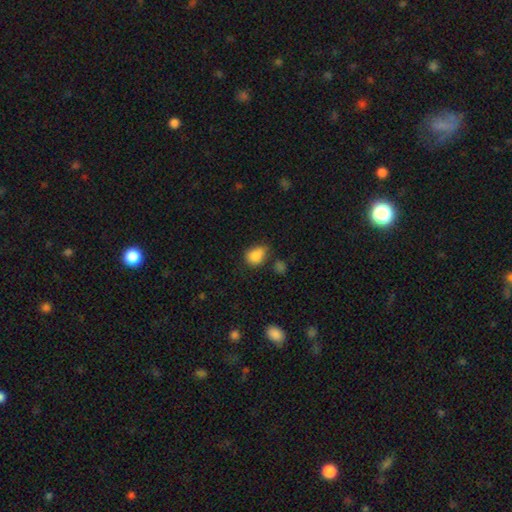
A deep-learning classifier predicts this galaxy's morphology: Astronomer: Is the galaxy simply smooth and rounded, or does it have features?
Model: smooth — 84%.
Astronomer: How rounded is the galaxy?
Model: in between — 53% (runner-up: round, 46%).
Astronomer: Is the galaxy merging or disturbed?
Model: none — 53% (runner-up: minor disturbance, 30%).